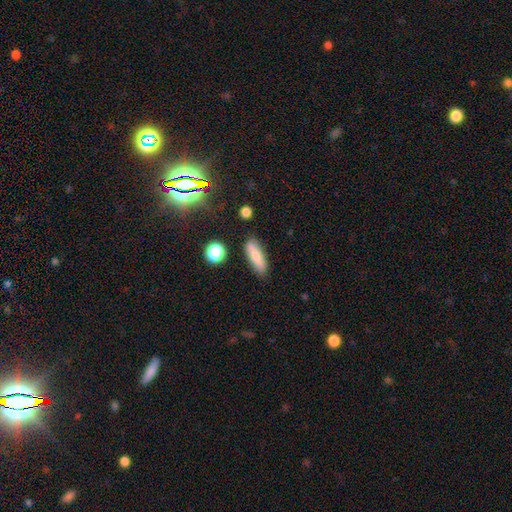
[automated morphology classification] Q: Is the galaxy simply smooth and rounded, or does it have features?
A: smooth — 69%.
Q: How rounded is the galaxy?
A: cigar-shaped — 52%.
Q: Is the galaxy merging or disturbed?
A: none — 82%.